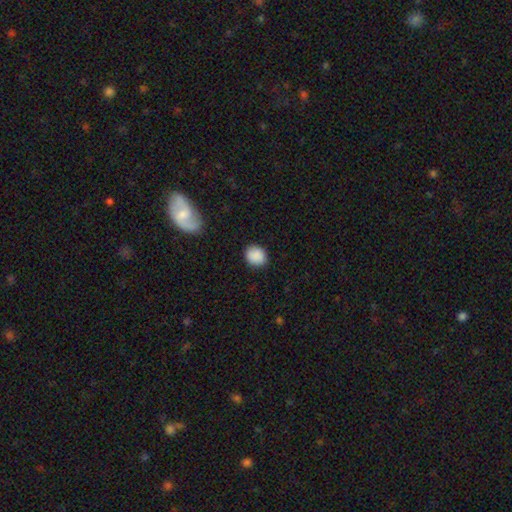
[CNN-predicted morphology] smooth_or_featured: smooth (p=0.89) [alt: star or artifact p=0.08]
how_rounded: round (p=0.64) [alt: in between p=0.35]
merging: none (p=0.88) [alt: minor disturbance p=0.08]